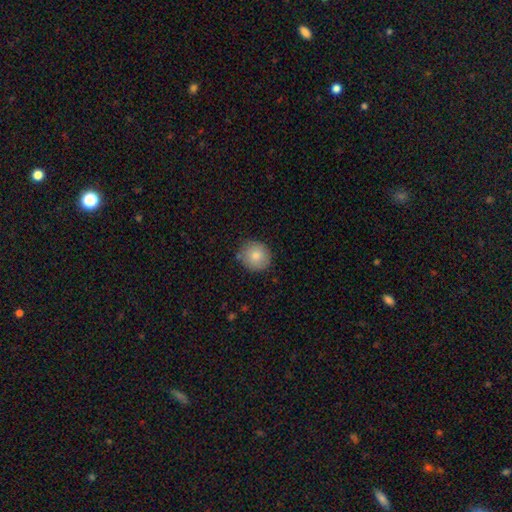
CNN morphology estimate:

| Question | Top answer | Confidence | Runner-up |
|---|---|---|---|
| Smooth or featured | smooth | 81% | featured or disk (11%) |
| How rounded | round | 91% | in between (8%) |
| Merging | none | 83% | minor disturbance (12%) |